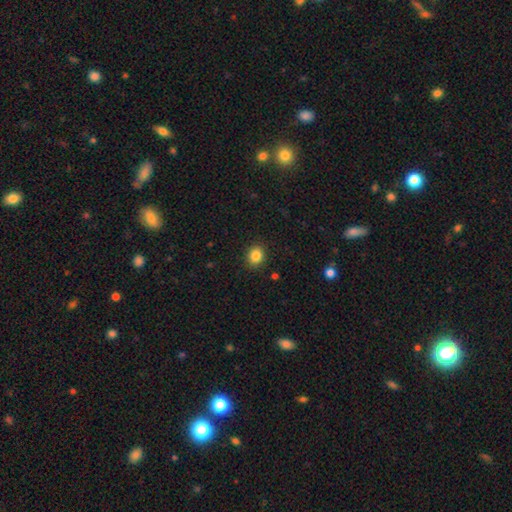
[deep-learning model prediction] Q: Smooth or featured?
A: smooth (86%); runner-up: star or artifact (10%)
Q: How rounded?
A: round (65%); runner-up: in between (34%)
Q: Merging?
A: none (90%); runner-up: minor disturbance (7%)